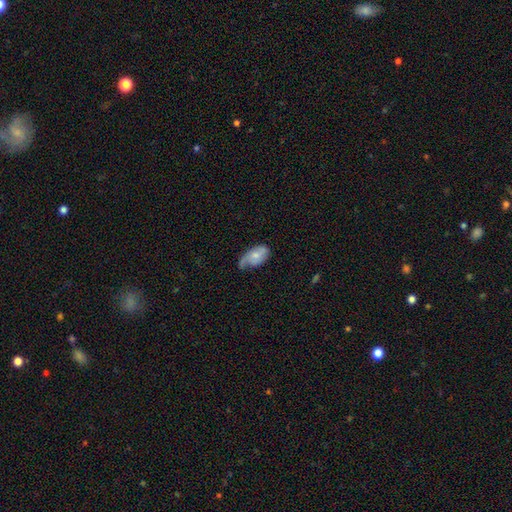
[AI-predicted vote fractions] Smooth or featured? Predicted: smooth (p=0.52). How rounded? Predicted: in between (p=0.92). Merging? Predicted: minor disturbance (p=0.40).